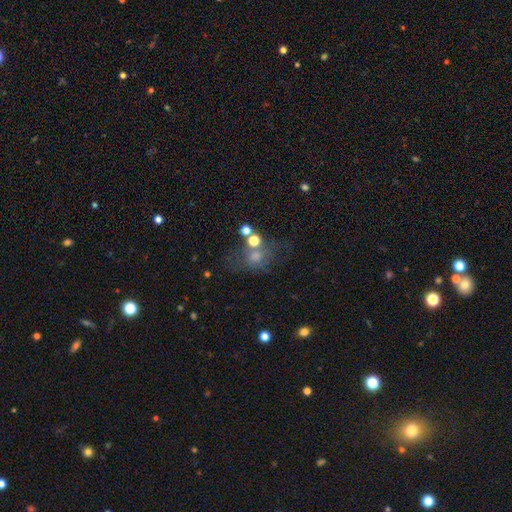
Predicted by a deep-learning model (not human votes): smooth_or_featured: smooth (p=0.45) [alt: star or artifact p=0.29]
merging: none (p=0.47) [alt: major disturbance p=0.19]